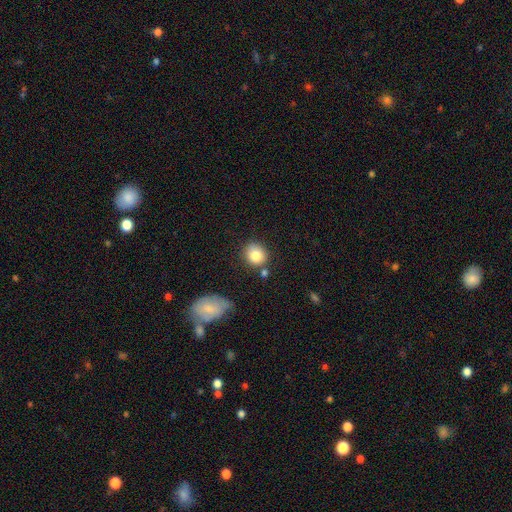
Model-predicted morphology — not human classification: smooth-or-featured: smooth: 83% | star or artifact: 9% | featured or disk: 8%
  how-rounded: round: 80% | in between: 19% | cigar-shaped: 1%
  merging: none: 75% | minor disturbance: 13% | merger: 9% | major disturbance: 3%